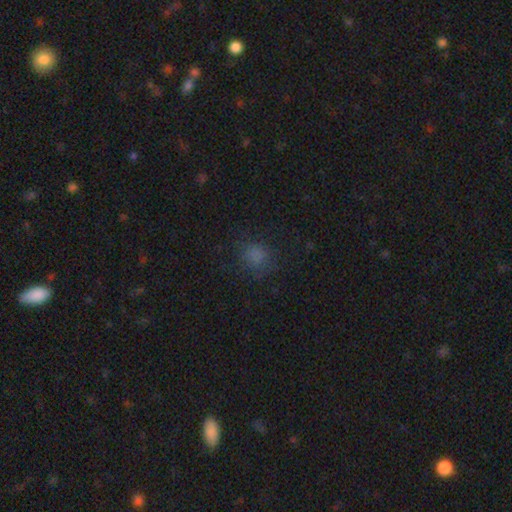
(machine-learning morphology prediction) Smooth or featured: smooth — 77% (star or artifact — 17%)
How rounded: round — 79% (in between — 20%)
Merging: none — 78% (minor disturbance — 14%)